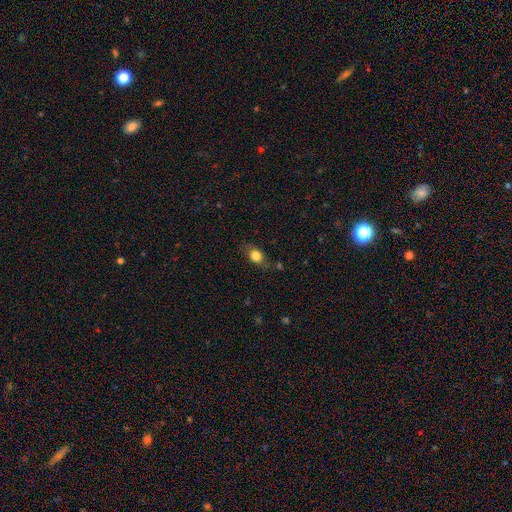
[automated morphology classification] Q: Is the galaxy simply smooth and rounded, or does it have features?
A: smooth — 77%.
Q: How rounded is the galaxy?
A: in between — 66%.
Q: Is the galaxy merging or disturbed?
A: none — 70%.